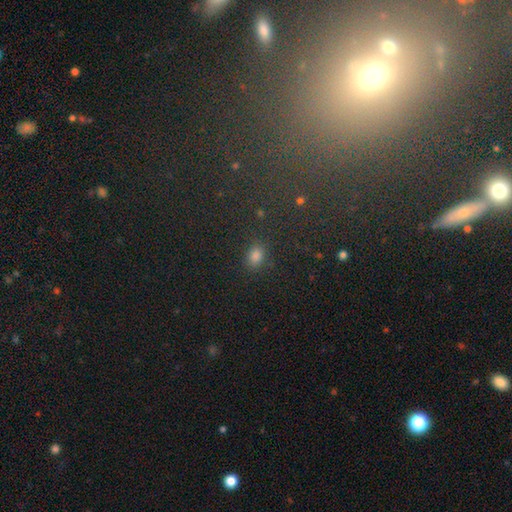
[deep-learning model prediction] smooth_or_featured: smooth (p=0.74) [alt: star or artifact p=0.20]
how_rounded: in between (p=0.68) [alt: round p=0.30]
merging: none (p=0.86) [alt: minor disturbance p=0.09]